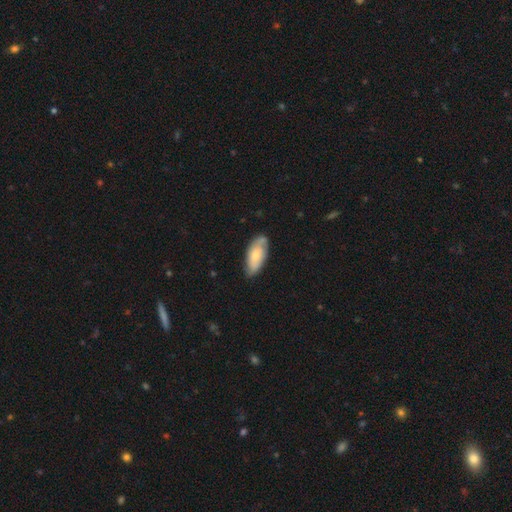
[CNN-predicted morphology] The model was most divided on "smooth or featured": smooth: 59%, featured or disk: 35%, star or artifact: 6%. More confident: how rounded — in between (88%); merging — none (68%).